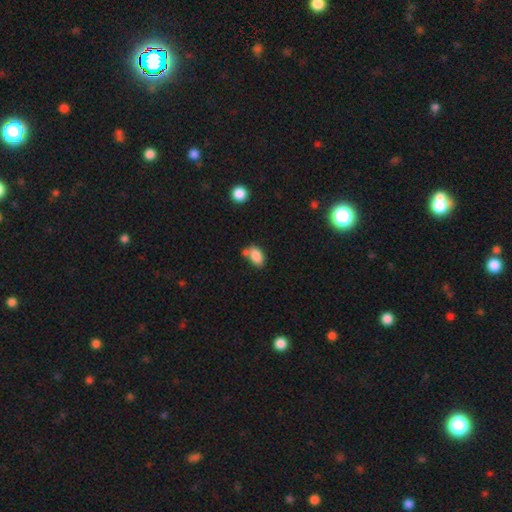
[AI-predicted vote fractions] smooth-or-featured: smooth: 85% | star or artifact: 8% | featured or disk: 6%
  how-rounded: in between: 89% | round: 9% | cigar-shaped: 2%
  merging: none: 51% | merger: 27% | minor disturbance: 17% | major disturbance: 5%